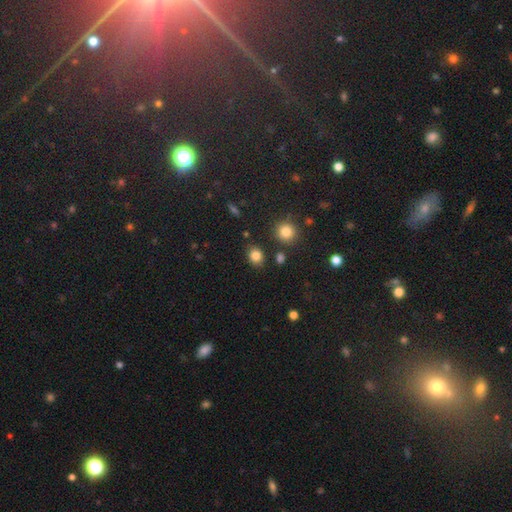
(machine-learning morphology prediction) Smooth or featured: smooth — 82% (star or artifact — 12%)
How rounded: round — 57% (in between — 42%)
Merging: none — 83% (minor disturbance — 10%)